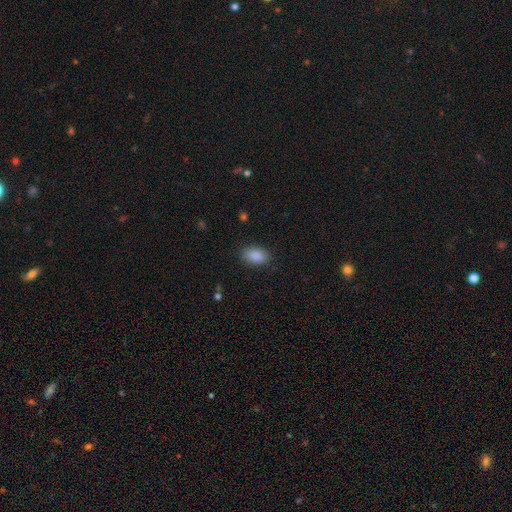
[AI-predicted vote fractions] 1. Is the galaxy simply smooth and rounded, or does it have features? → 89% smooth, 8% star or artifact, 3% featured or disk.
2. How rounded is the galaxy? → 88% in between, 10% round, 1% cigar-shaped.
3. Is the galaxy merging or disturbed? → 85% none, 11% minor disturbance, 3% major disturbance, 1% merger.